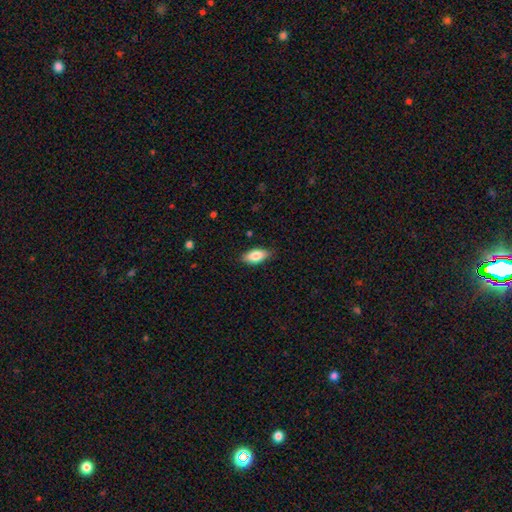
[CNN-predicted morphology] smooth 80%, featured or disk 13%, star or artifact 7%. Down the decision tree: how rounded — in between (86%); merging — none (85%).